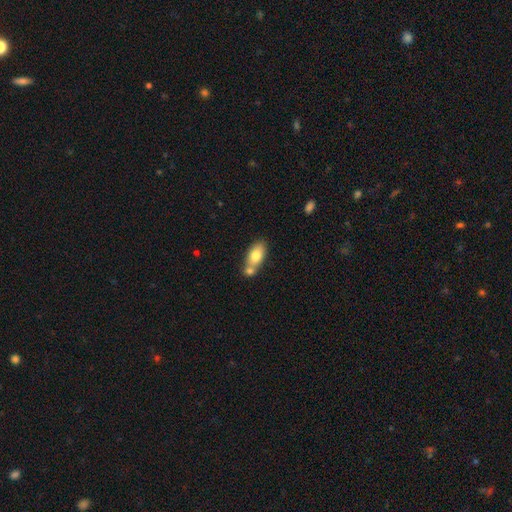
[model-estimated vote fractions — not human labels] Overall: smooth (75%). How rounded: in between (87%). Merging: merger (43%; none 42%).